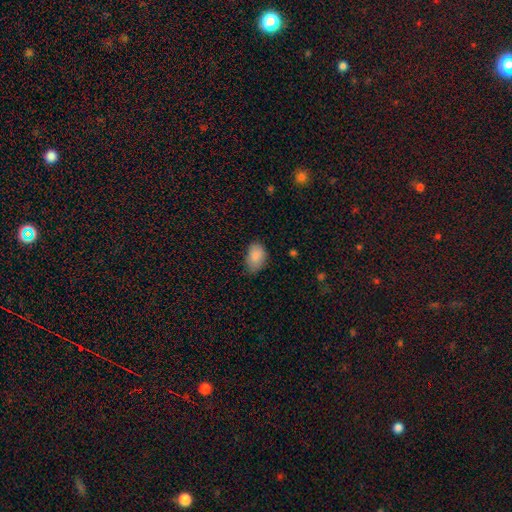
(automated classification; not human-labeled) smooth 87%, star or artifact 7%, featured or disk 5%. Down the decision tree: how rounded — in between (86%); merging — none (63%).